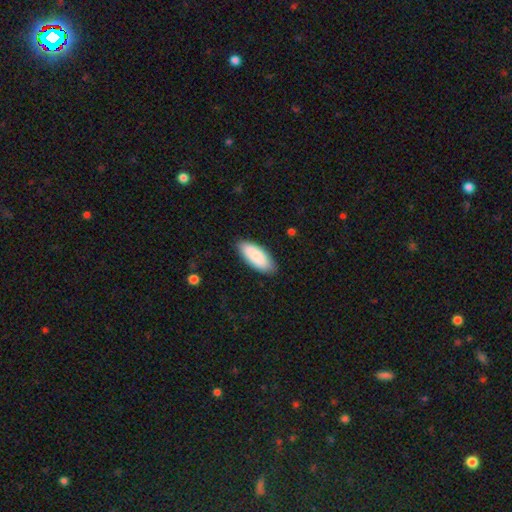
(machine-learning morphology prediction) Smooth or featured?
  - smooth: 89% *
  - featured or disk: 6%
  - star or artifact: 5%
How rounded?
  - in between: 84% *
  - cigar-shaped: 14%
  - round: 2%
Merging?
  - none: 85% *
  - minor disturbance: 11%
  - major disturbance: 2%
  - merger: 1%